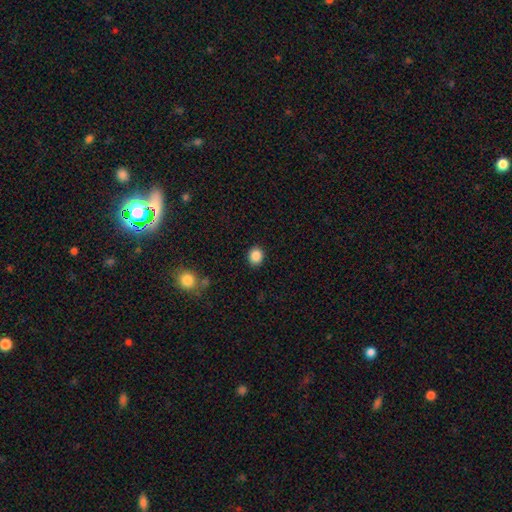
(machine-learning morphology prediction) smooth_or_featured: smooth (p=0.87) [alt: star or artifact p=0.09]
how_rounded: round (p=0.70) [alt: in between p=0.29]
merging: none (p=0.89) [alt: minor disturbance p=0.07]